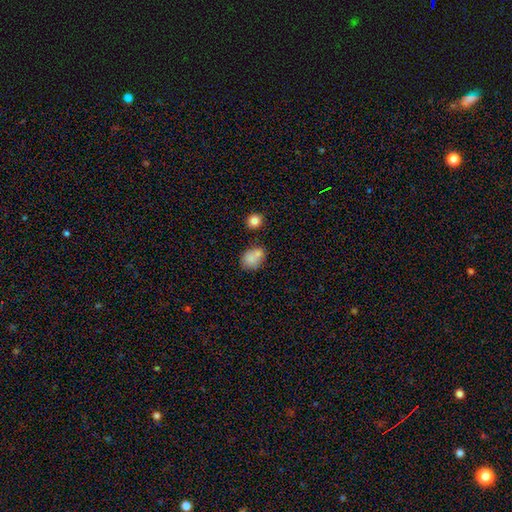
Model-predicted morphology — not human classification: This is likely a smooth galaxy (78%). How rounded: likely in between (63%). Merging: possibly none (48%).